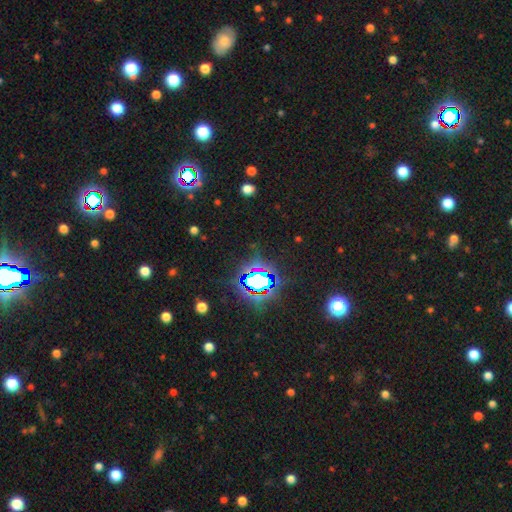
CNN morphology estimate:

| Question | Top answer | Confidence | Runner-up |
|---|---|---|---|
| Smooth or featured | star or artifact | 78% | smooth (14%) |